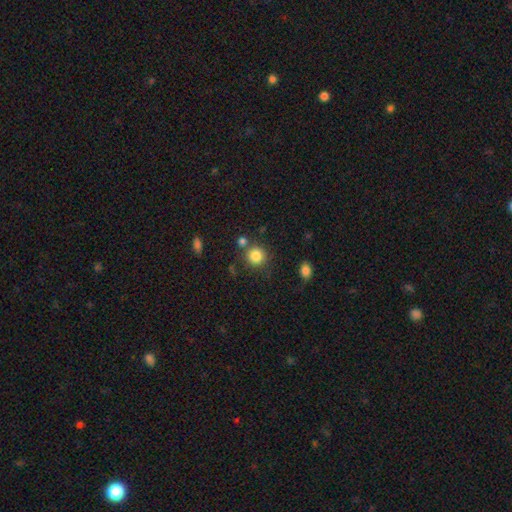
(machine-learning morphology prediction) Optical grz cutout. It shows a smooth galaxy with no disk features (84%) that is round (91%). Merging: none (76%).